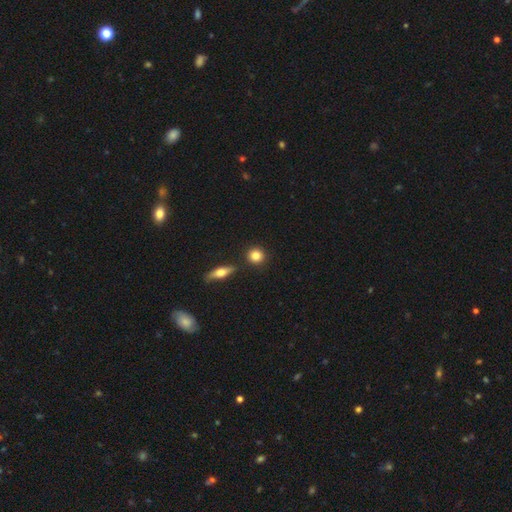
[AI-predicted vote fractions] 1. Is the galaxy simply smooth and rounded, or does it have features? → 83% smooth, 9% star or artifact, 8% featured or disk.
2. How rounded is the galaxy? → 88% round, 10% in between, 2% cigar-shaped.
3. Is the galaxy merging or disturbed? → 86% none, 7% minor disturbance, 5% merger, 2% major disturbance.